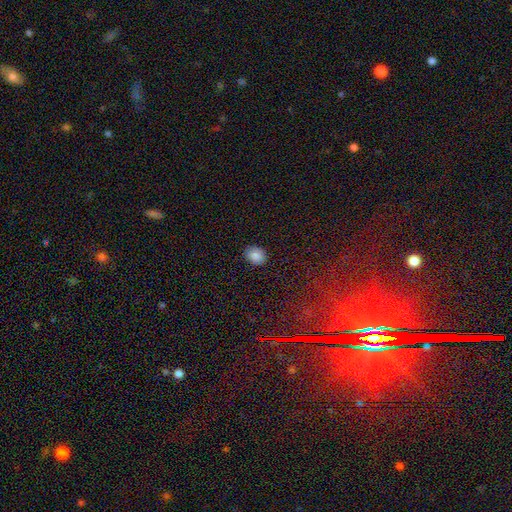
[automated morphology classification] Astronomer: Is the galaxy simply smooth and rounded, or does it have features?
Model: smooth — 87%.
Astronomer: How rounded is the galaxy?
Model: round — 51% (runner-up: in between, 48%).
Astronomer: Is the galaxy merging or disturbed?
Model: none — 85%.